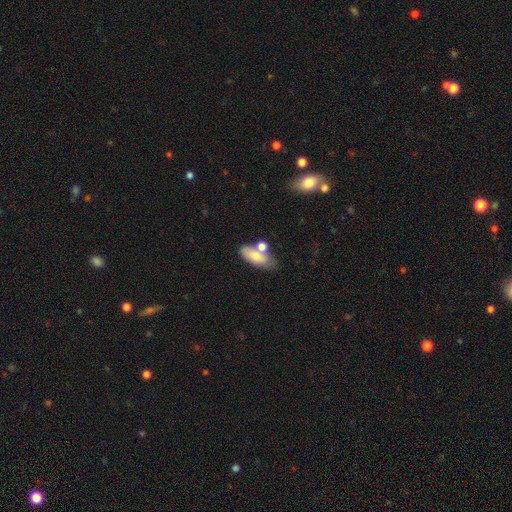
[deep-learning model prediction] Overall: smooth (70%). How rounded: in between (84%). Merging: none (45%; merger 30%).